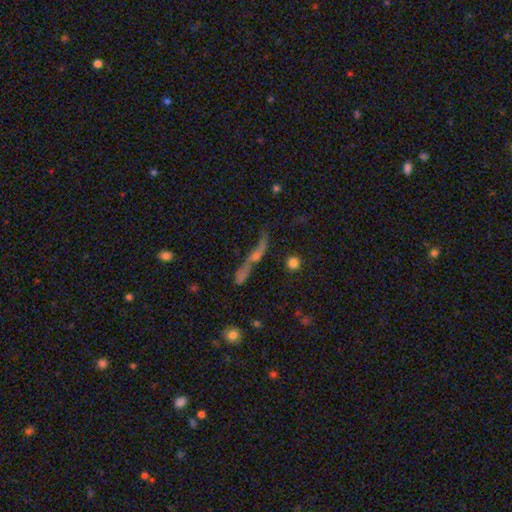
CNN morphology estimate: A featured or disk galaxy (52%) viewed edge-on (70%).

Vote fractions:
- Smooth or featured? featured or disk: 52% / smooth: 24% / star or artifact: 23%
- Edge-on disk? yes: 70% / no: 30%
- Merging? none: 55% / minor disturbance: 17% / major disturbance: 15% / merger: 14%